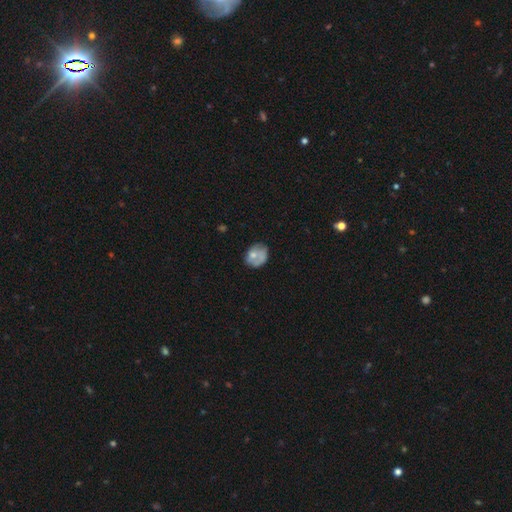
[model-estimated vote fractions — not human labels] This appears to be a smooth galaxy with no disk features (58%) that is round (51%). Merging: none (44%).